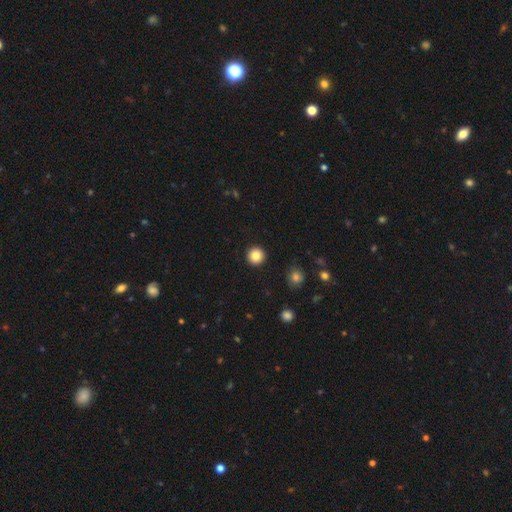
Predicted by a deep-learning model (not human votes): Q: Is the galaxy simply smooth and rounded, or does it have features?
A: smooth — 84%.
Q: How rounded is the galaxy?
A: round — 96%.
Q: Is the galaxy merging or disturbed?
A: none — 94%.